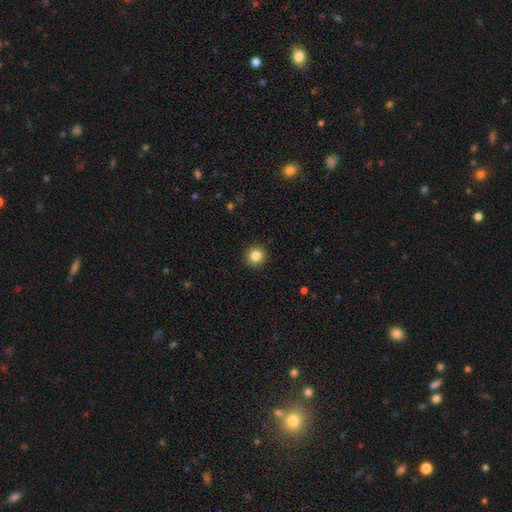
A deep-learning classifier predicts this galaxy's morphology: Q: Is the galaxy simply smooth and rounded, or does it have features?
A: smooth — 84%.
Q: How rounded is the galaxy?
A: round — 93%.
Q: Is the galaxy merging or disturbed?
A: none — 92%.